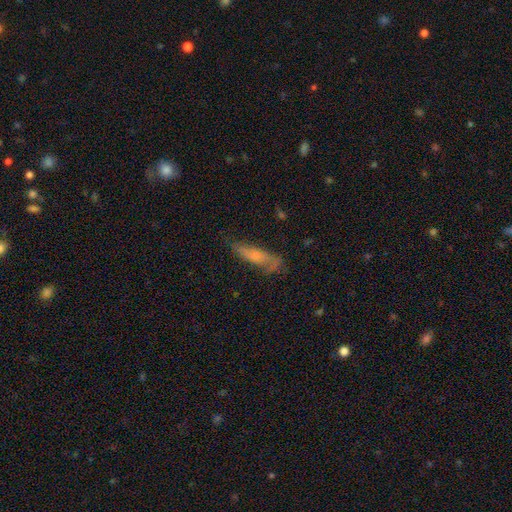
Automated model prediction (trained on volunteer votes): A smooth galaxy with no disk features (54%) that is cigar-shaped (66%). Merging: none (54%).